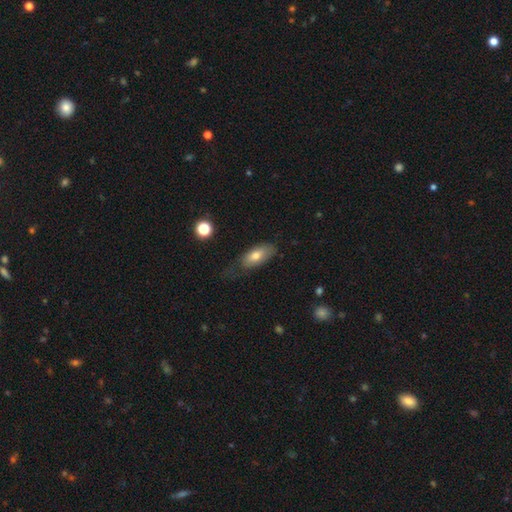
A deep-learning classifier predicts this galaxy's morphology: Overall: smooth (72%). How rounded: in between (86%). Merging: none (53%; minor disturbance 31%).